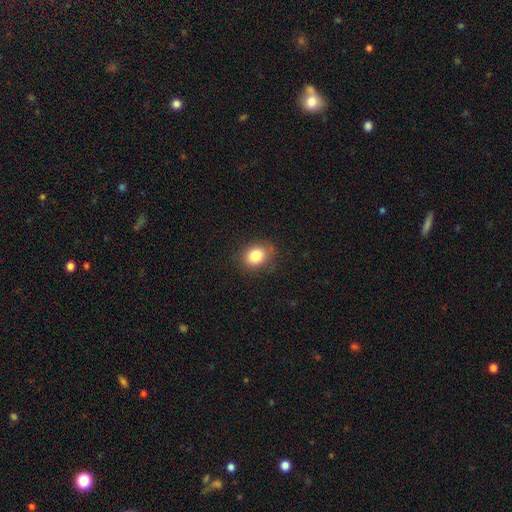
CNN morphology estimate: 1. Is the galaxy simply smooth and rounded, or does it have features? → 84% smooth, 10% star or artifact, 6% featured or disk.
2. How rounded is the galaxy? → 55% round, 44% in between, 1% cigar-shaped.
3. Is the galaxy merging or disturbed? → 81% none, 14% minor disturbance, 4% major disturbance, 1% merger.